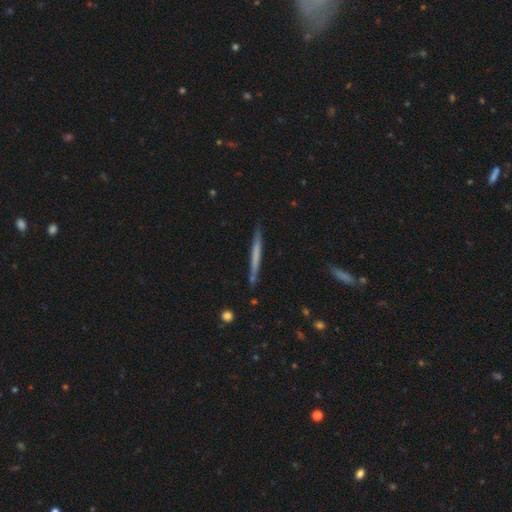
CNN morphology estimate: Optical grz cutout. It shows a smooth galaxy with no disk features (52%) that is cigar-shaped (97%). Merging: none (87%).